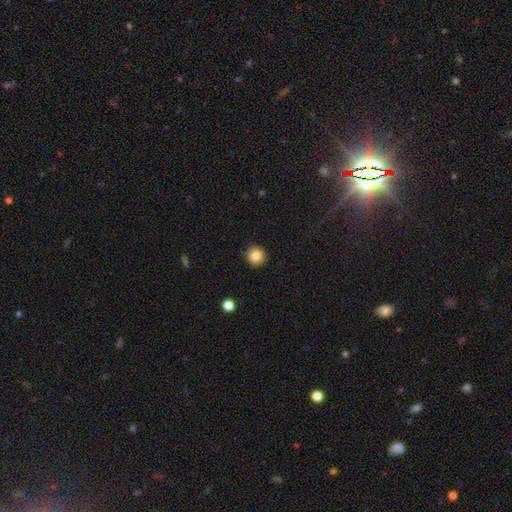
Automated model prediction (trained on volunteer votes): Smooth or featured: smooth — 84% (star or artifact — 10%)
How rounded: round — 93% (in between — 7%)
Merging: none — 91% (minor disturbance — 6%)